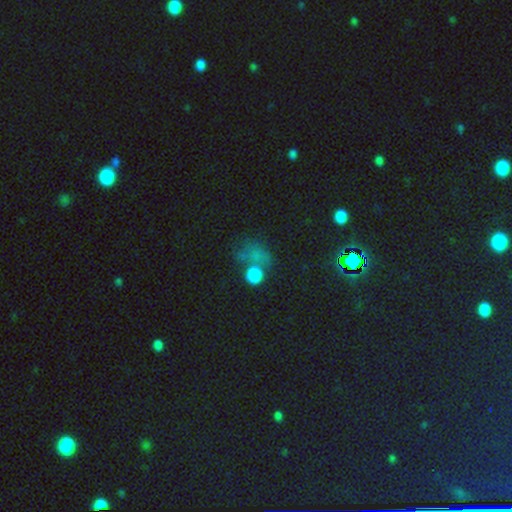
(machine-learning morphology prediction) Overall: smooth (53%; star or artifact 37%). How rounded: round (66%; in between 32%). Merging: none (49%; merger 18%).